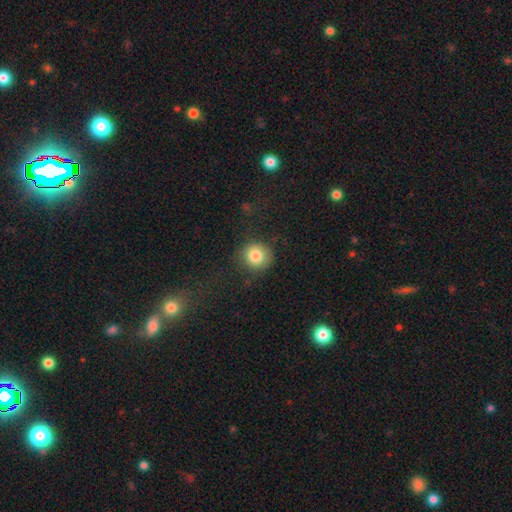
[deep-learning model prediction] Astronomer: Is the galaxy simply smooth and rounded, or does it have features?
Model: smooth — 82%.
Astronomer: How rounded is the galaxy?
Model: round — 90%.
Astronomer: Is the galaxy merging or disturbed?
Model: none — 79%.